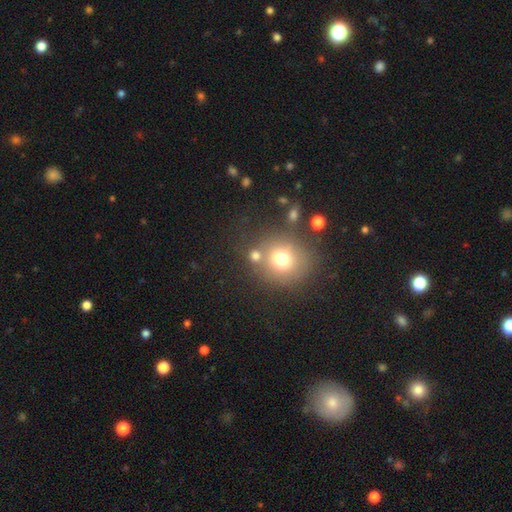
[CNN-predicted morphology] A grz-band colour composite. It shows a smooth galaxy with no disk features (71%) that is round (86%). Merging: none (64%).